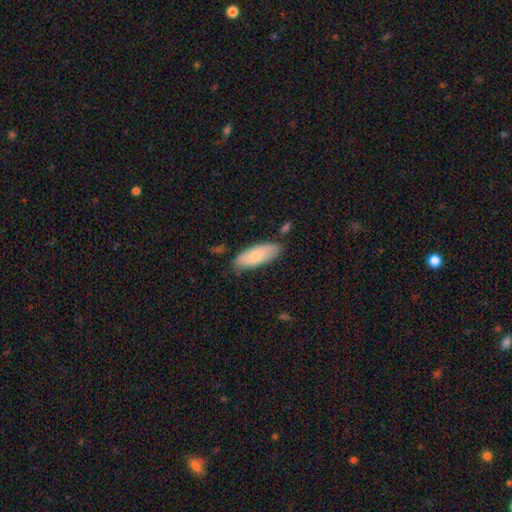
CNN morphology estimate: Overall: smooth (78%). How rounded: in between (76%). Merging: none (75%).